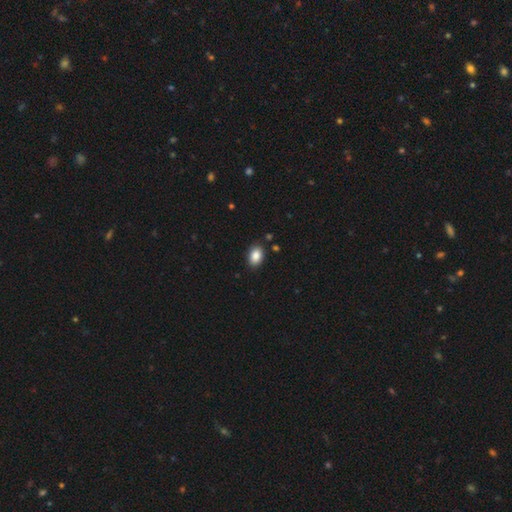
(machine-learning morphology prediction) This appears to be a smooth galaxy with no disk features (88%) that is in between round and cigar-shaped (85%). Merging: none (87%).